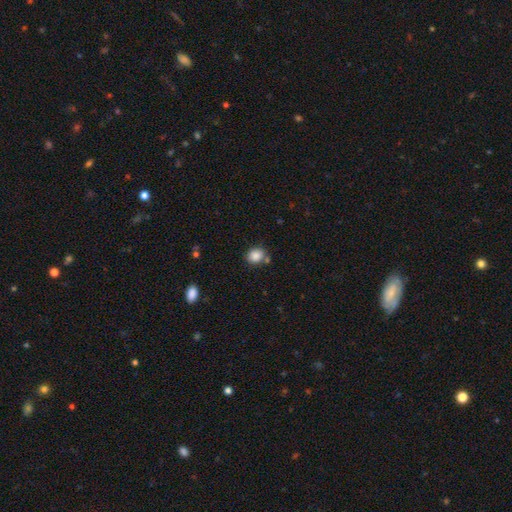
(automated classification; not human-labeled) smooth-or-featured: smooth: 86% | star or artifact: 9% | featured or disk: 4%
  how-rounded: round: 66% | in between: 33% | cigar-shaped: 1%
  merging: none: 73% | minor disturbance: 13% | merger: 10% | major disturbance: 4%